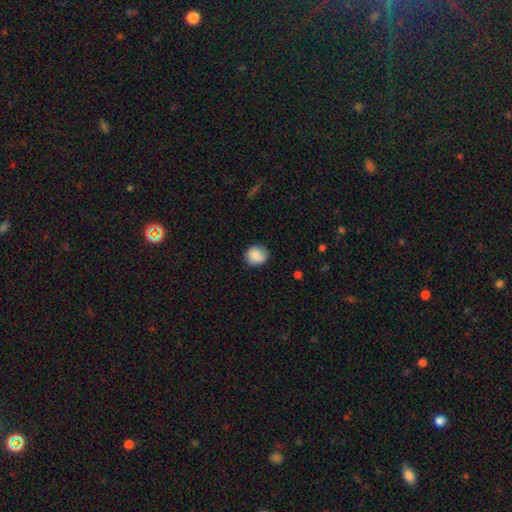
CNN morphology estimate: A smooth galaxy with no disk features (84%) that is round (78%). Merging: none (76%).